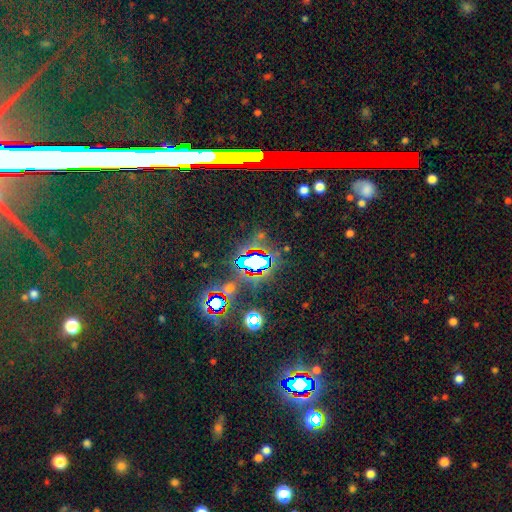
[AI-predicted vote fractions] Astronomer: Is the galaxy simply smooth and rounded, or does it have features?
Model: star or artifact — 78%.